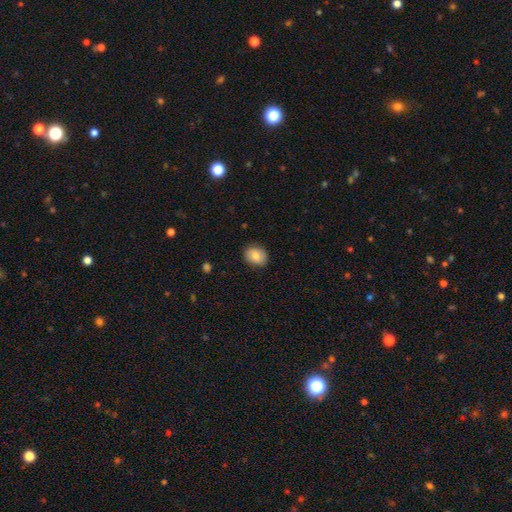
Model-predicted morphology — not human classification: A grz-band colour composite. It shows a smooth galaxy with no disk features (82%) that is in between round and cigar-shaped (54%). Merging: none (87%).